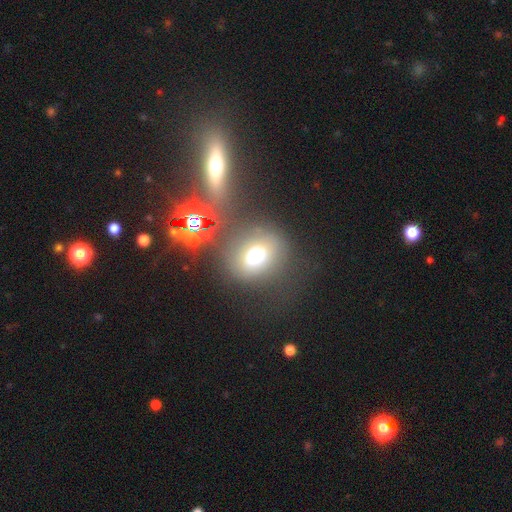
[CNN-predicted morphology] smooth 67%, star or artifact 19%, featured or disk 13%. Down the decision tree: how rounded — round (58%); merging — none (69%).